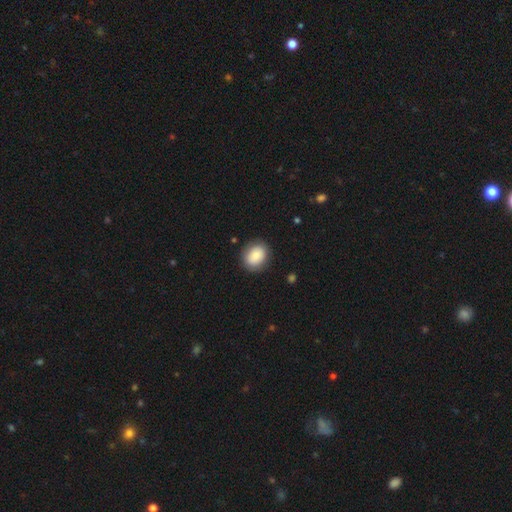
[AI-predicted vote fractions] Smooth or featured? Predicted: smooth (p=0.83). How rounded? Predicted: round (p=0.54). Merging? Predicted: none (p=0.85).